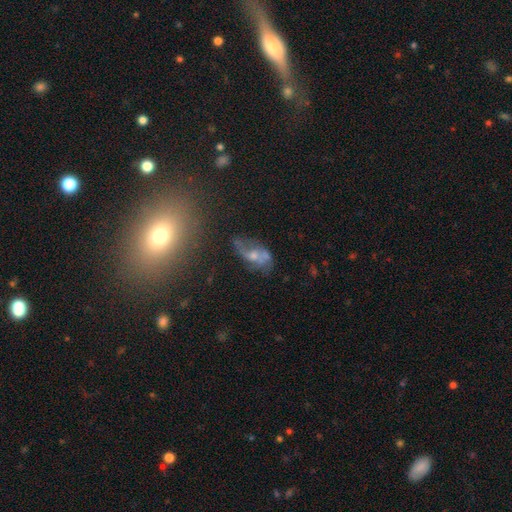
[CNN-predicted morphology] This is likely a featured or disk galaxy (60%). It is clearly not viewed edge-on (93%). Bar: likely no (66%). Spiral arm pattern: likely yes (62%). Central bulge: possibly moderate (48%). Merging: marginally none (41%).